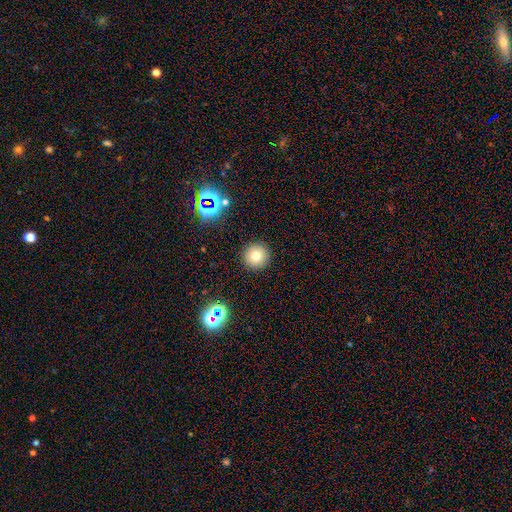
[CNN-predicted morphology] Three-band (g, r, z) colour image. It shows a smooth galaxy with no disk features (74%) that is round (96%). Merging: none (92%).